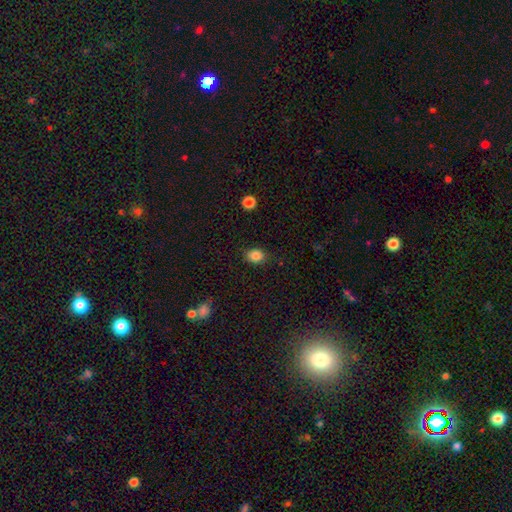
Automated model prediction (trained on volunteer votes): Overall: smooth (86%). How rounded: in between (52%; round 47%). Merging: none (85%).